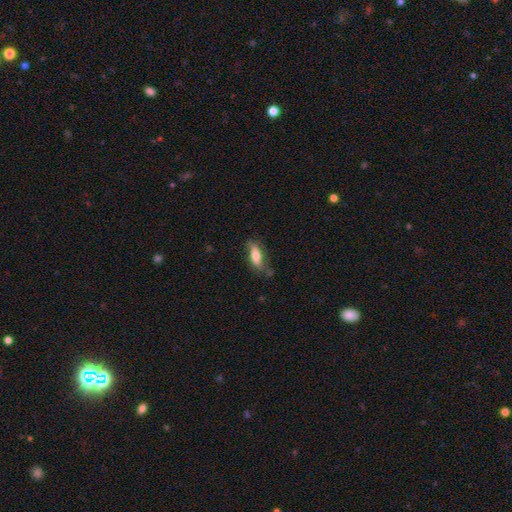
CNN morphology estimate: type=smooth (65%); roundness=in between (56%); merging=none (62%).